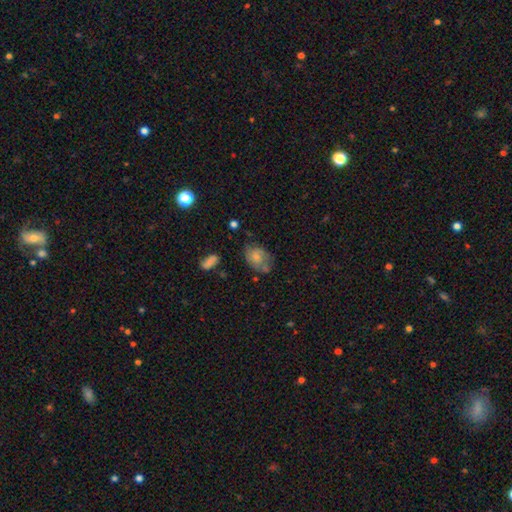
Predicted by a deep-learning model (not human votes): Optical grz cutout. It shows a smooth galaxy with no disk features (50%) that is in between round and cigar-shaped (67%). Merging: none (59%).